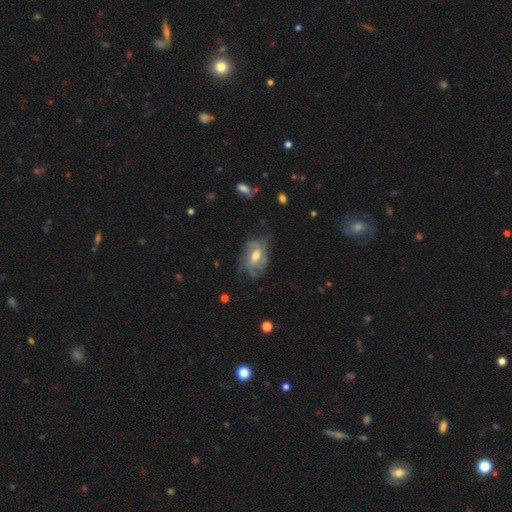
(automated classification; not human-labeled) smooth-or-featured: featured or disk: 86% | smooth: 9% | star or artifact: 6%
  disk-edge-on: no: 97% | yes: 3%
    bar: weak: 49% | no: 31% | strong: 19%
    has-spiral-arms: yes: 94% | no: 6%
      spiral-winding: medium: 44% | tight: 35% | loose: 21%
      spiral-arm-count: 3: 30% | 2: 26% | can't tell: 23% | 4: 11% | 1: 5% | more than 4: 5%
    bulge-size: moderate: 70% | small: 21% | large: 7% | none: 2% | dominant: 1%
  merging: none: 61% | minor disturbance: 23% | major disturbance: 14% | merger: 2%